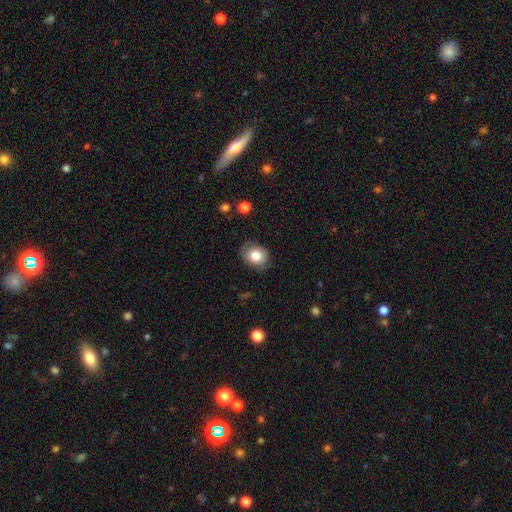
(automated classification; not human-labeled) Smooth or featured? Predicted: smooth (p=0.81). How rounded? Predicted: round (p=0.57). Merging? Predicted: none (p=0.80).